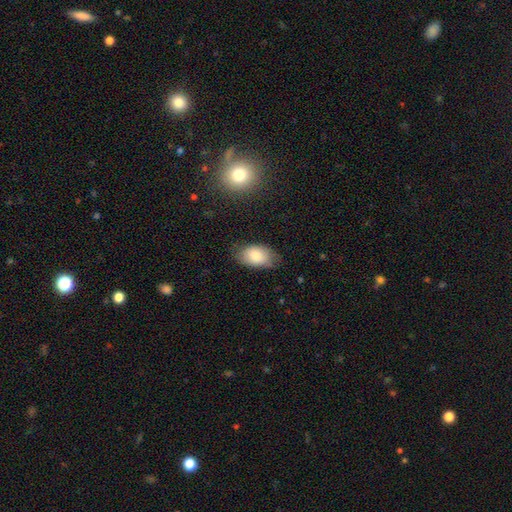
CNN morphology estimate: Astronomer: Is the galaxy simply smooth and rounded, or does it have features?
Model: smooth — 82%.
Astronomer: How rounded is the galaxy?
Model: in between — 91%.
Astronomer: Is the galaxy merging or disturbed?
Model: none — 72%.